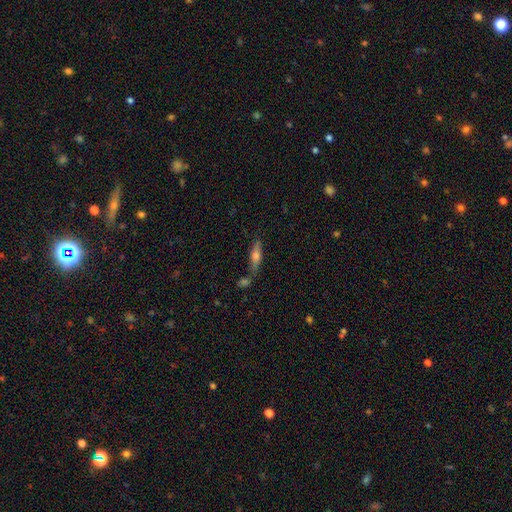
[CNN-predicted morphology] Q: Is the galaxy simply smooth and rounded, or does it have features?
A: smooth — 48%.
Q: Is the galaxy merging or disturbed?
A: none — 68%.